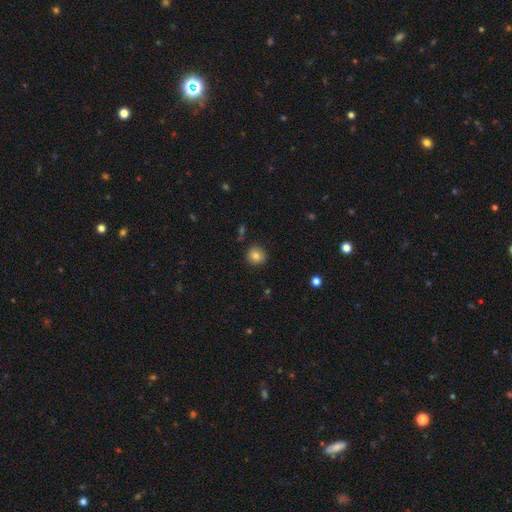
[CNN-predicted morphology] The model was most divided on "smooth or featured": smooth: 81%, star or artifact: 10%, featured or disk: 8%. More confident: how rounded — round (91%); merging — none (88%).